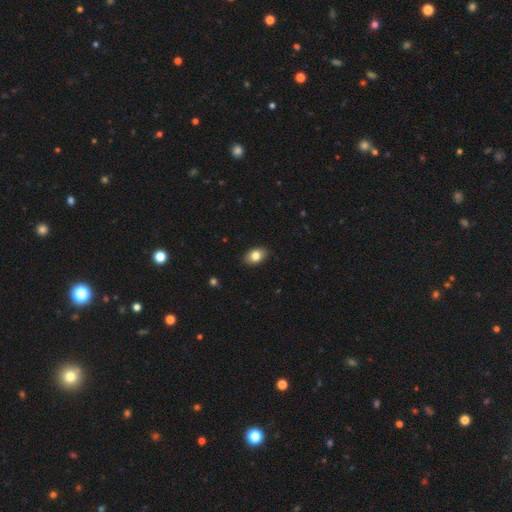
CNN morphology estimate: type=smooth (82%); roundness=in between (84%); merging=none (88%).